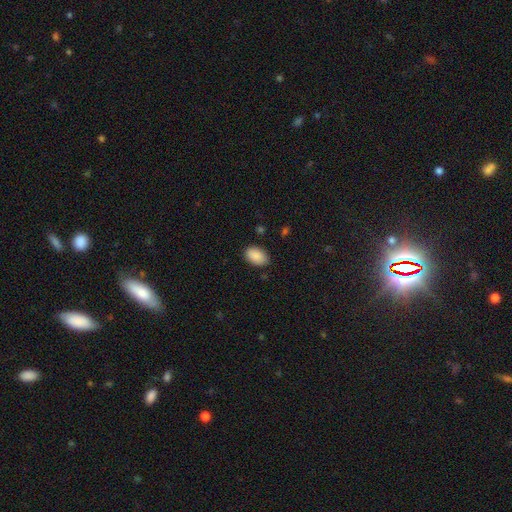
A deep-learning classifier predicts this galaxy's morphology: Smooth or featured? smooth (90%)
How rounded? in between (91%)
Merging? none (84%)